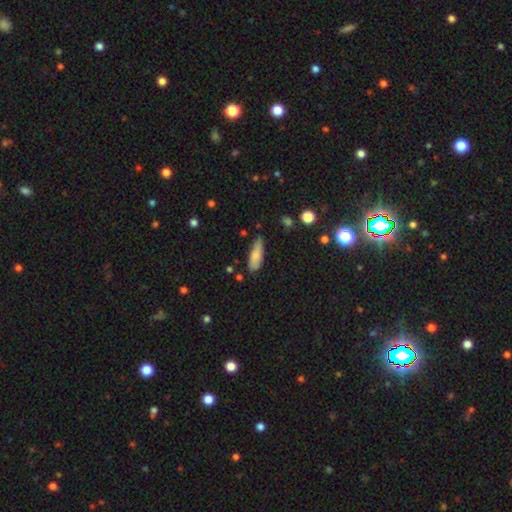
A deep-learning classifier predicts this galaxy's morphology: A smooth galaxy with no disk features (82%) that is in between round and cigar-shaped (54%). Merging: none (64%).